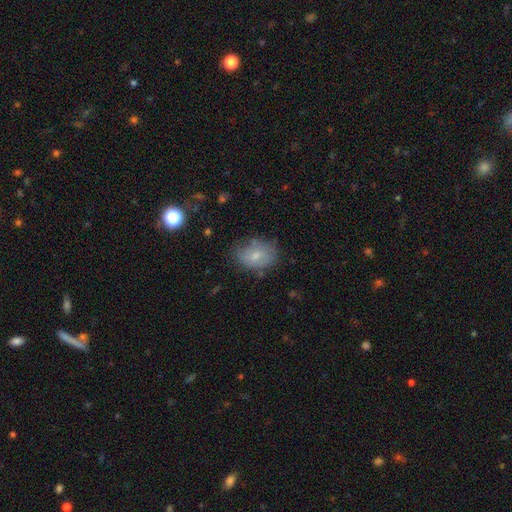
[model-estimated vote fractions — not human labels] This is likely a smooth galaxy (69%). How rounded: likely in between (75%). Merging: likely none (67%).